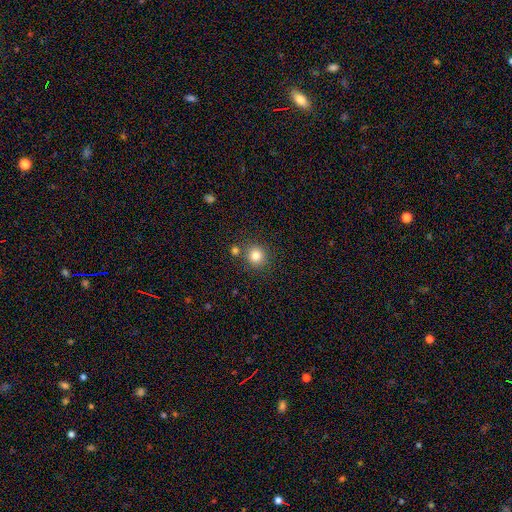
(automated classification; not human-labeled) Smooth or featured?
  - smooth: 81% *
  - star or artifact: 12%
  - featured or disk: 7%
How rounded?
  - round: 90% *
  - in between: 9%
  - cigar-shaped: 1%
Merging?
  - none: 78% *
  - merger: 11%
  - minor disturbance: 8%
  - major disturbance: 3%